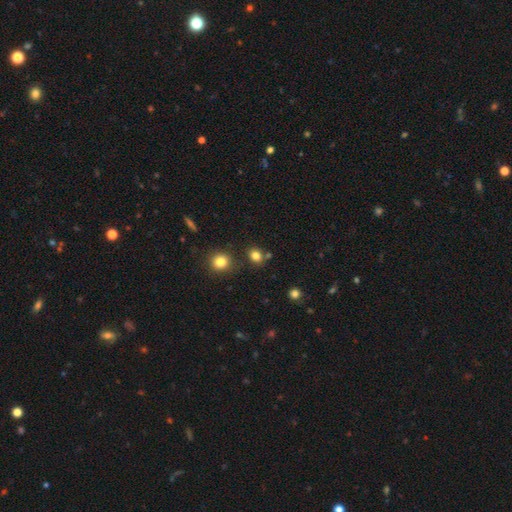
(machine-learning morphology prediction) A smooth galaxy with no disk features (81%) that is round (60%).

Vote fractions:
- Smooth or featured? smooth: 81% / star or artifact: 13% / featured or disk: 5%
- How rounded? round: 60% / in between: 39% / cigar-shaped: 1%
- Merging? none: 75% / minor disturbance: 11% / merger: 11% / major disturbance: 3%